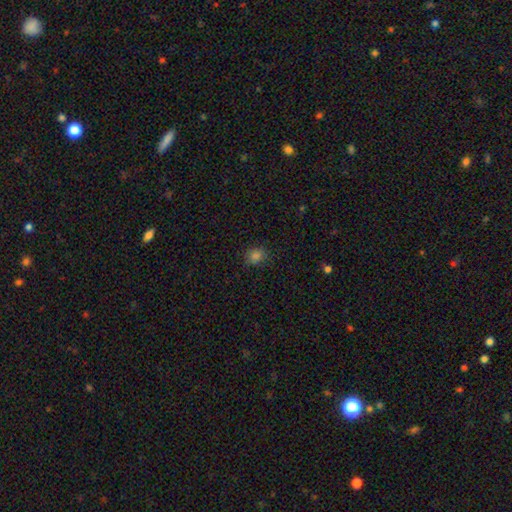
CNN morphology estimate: Smooth or featured? smooth (80%)
How rounded? round (73%)
Merging? none (85%)